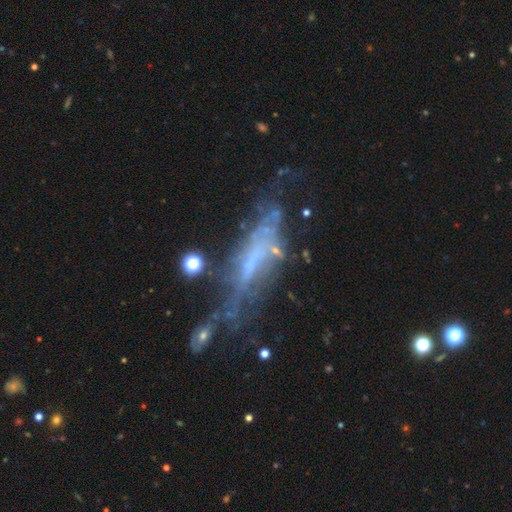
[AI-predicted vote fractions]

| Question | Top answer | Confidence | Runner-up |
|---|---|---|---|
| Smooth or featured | featured or disk | 65% | smooth (21%) |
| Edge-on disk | no | 59% | yes (41%) |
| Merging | none | 37% | major disturbance (29%) |